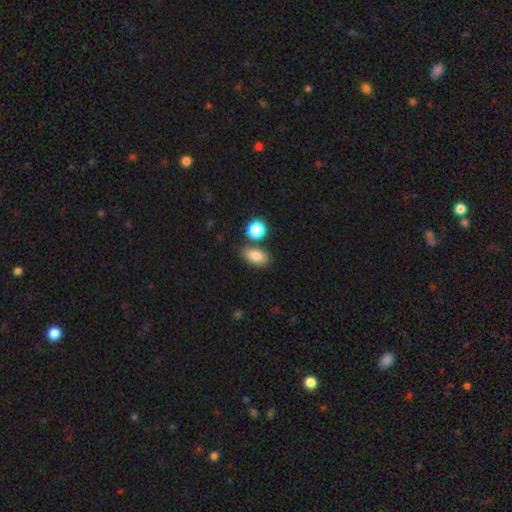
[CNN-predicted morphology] Smooth or featured?
  - smooth: 83% *
  - star or artifact: 10%
  - featured or disk: 8%
How rounded?
  - in between: 85% *
  - round: 12%
  - cigar-shaped: 2%
Merging?
  - none: 67% *
  - merger: 14%
  - minor disturbance: 14%
  - major disturbance: 4%